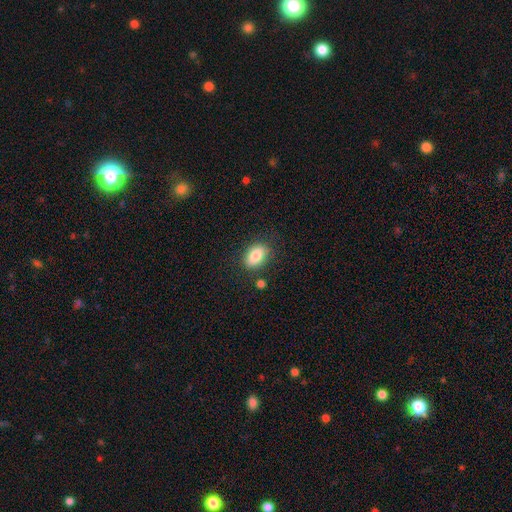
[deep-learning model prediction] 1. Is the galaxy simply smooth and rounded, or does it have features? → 83% smooth, 9% featured or disk, 8% star or artifact.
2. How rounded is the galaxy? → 86% in between, 12% round, 2% cigar-shaped.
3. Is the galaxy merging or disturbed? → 79% none, 14% minor disturbance, 4% major disturbance, 4% merger.